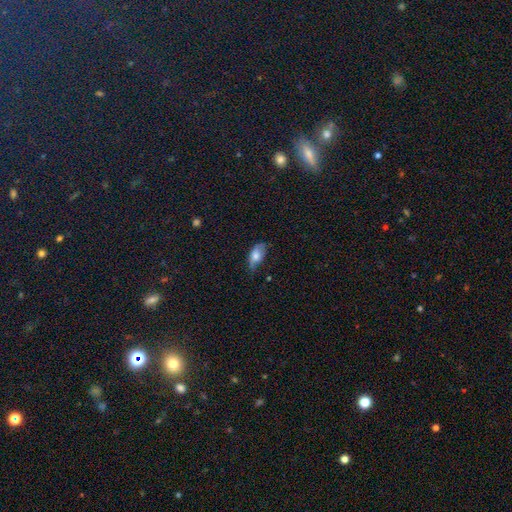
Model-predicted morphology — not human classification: This appears to be a smooth galaxy with no disk features (72%) that is in between round and cigar-shaped (90%). Merging: minor disturbance (40%, tied with none).